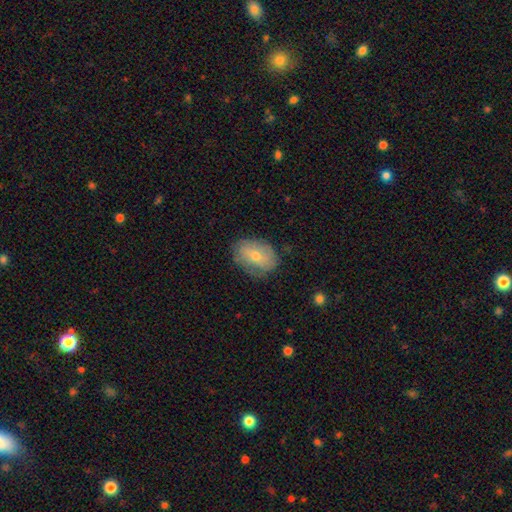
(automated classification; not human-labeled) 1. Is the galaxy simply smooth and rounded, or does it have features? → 61% smooth, 31% featured or disk, 8% star or artifact.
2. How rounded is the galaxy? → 76% in between, 23% round, 1% cigar-shaped.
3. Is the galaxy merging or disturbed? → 73% none, 21% minor disturbance, 6% major disturbance, 1% merger.